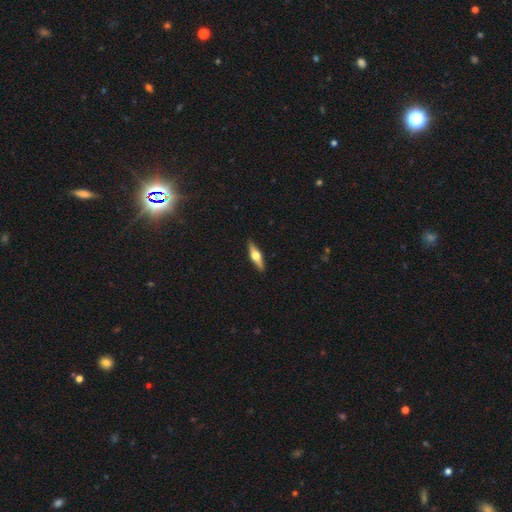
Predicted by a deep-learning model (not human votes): Smooth or featured? Predicted: featured or disk (p=0.61). Edge-on disk? Predicted: yes (p=0.95). Edge-on bulge? Predicted: rounded (p=0.95). Merging? Predicted: none (p=0.90).